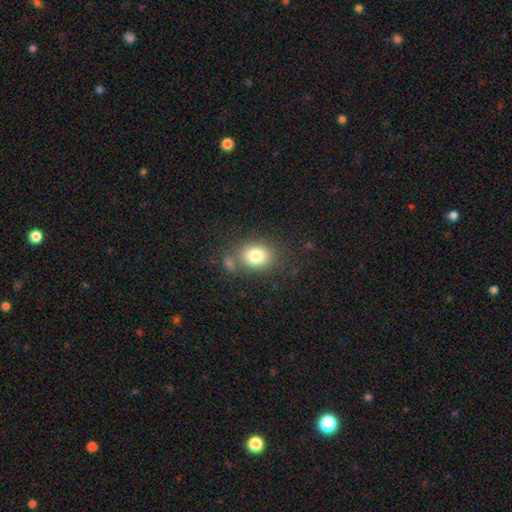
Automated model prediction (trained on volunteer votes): Smooth or featured?
  - smooth: 80% *
  - star or artifact: 10%
  - featured or disk: 10%
How rounded?
  - in between: 55% *
  - round: 44%
  - cigar-shaped: 1%
Merging?
  - none: 68% *
  - minor disturbance: 13%
  - merger: 13%
  - major disturbance: 5%